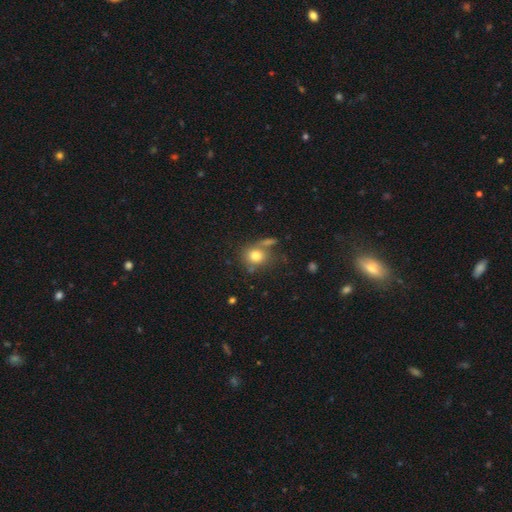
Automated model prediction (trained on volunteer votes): Q: Smooth or featured?
A: smooth (79%); runner-up: star or artifact (11%)
Q: How rounded?
A: round (77%); runner-up: in between (22%)
Q: Merging?
A: none (61%); runner-up: merger (17%)